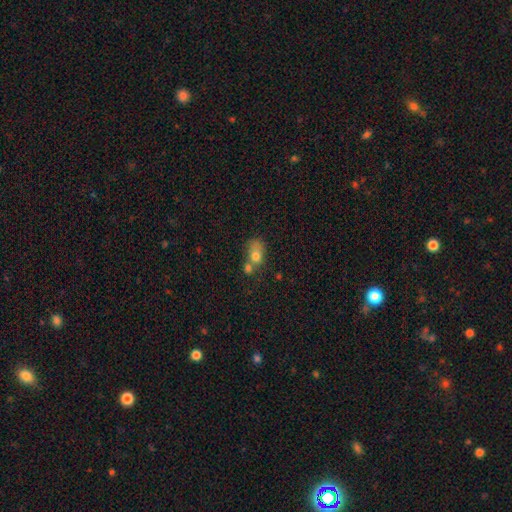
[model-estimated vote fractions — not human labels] A smooth galaxy with no disk features (75%) that is in between round and cigar-shaped (67%). Merging: merger (51%).